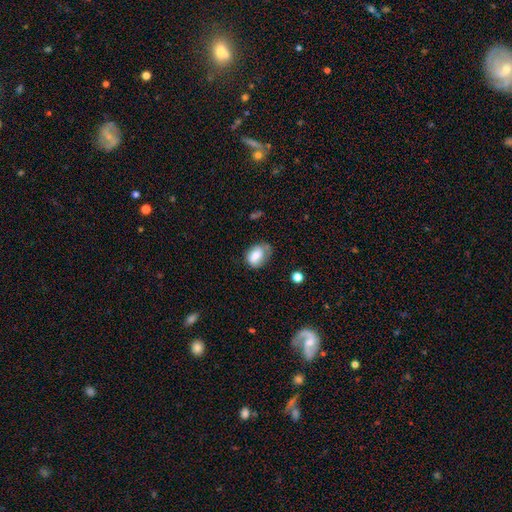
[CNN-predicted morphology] A smooth galaxy with no disk features (77%) that is in between round and cigar-shaped (76%).

Vote fractions:
- Smooth or featured? smooth: 77% / featured or disk: 15% / star or artifact: 8%
- How rounded? in between: 76% / round: 22% / cigar-shaped: 1%
- Merging? none: 46% / minor disturbance: 36% / major disturbance: 13% / merger: 4%